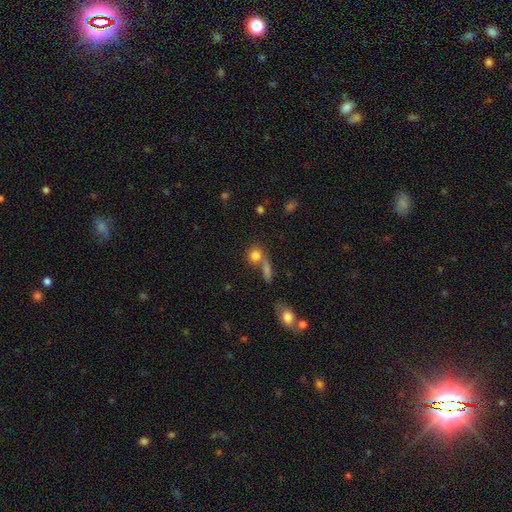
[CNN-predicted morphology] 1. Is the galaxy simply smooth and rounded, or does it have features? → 79% smooth, 11% star or artifact, 10% featured or disk.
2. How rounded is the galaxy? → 77% round, 19% in between, 4% cigar-shaped.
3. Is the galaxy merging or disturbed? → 50% none, 34% merger, 10% minor disturbance, 6% major disturbance.